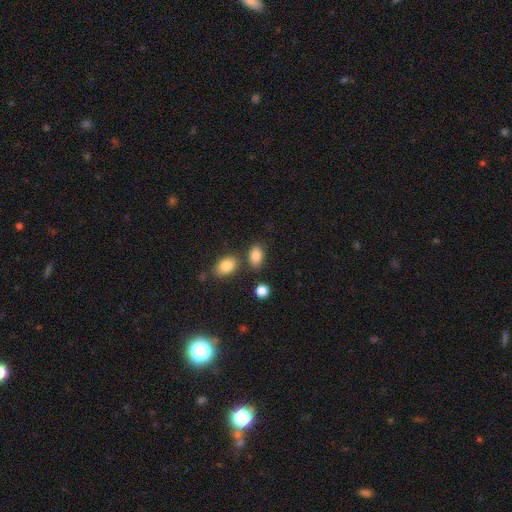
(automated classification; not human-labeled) Q: Smooth or featured?
A: smooth (85%); runner-up: star or artifact (9%)
Q: How rounded?
A: in between (85%); runner-up: round (14%)
Q: Merging?
A: none (71%); runner-up: minor disturbance (13%)